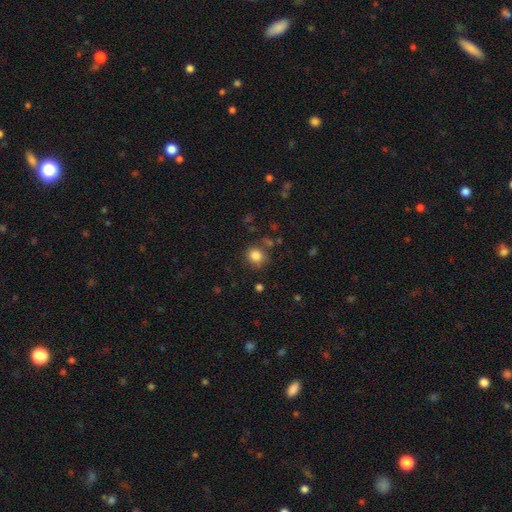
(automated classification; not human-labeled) This is clearly a smooth galaxy (84%). How rounded: likely round (77%). Merging: likely none (76%).